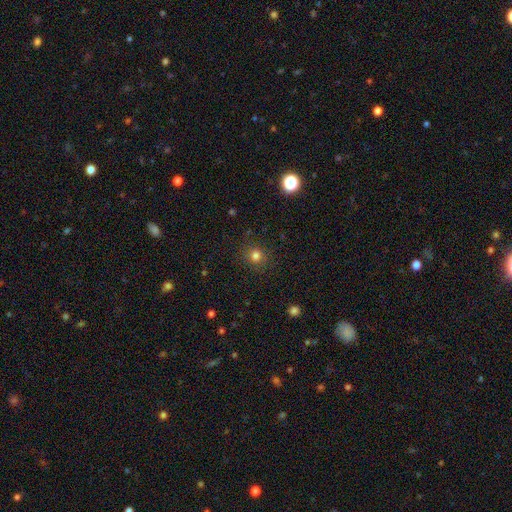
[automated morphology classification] smooth_or_featured: smooth (p=0.79) [alt: star or artifact p=0.15]
how_rounded: round (p=0.91) [alt: in between p=0.08]
merging: none (p=0.88) [alt: minor disturbance p=0.08]